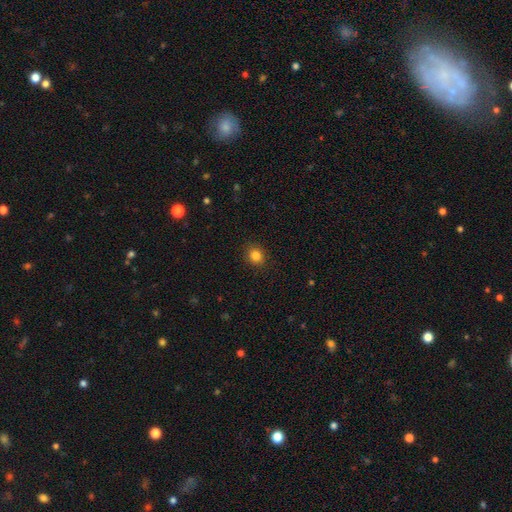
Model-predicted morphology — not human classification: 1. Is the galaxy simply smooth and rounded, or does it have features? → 83% smooth, 12% star or artifact, 5% featured or disk.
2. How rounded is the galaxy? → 75% round, 24% in between, 1% cigar-shaped.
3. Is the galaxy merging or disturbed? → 90% none, 7% minor disturbance, 2% major disturbance, 1% merger.